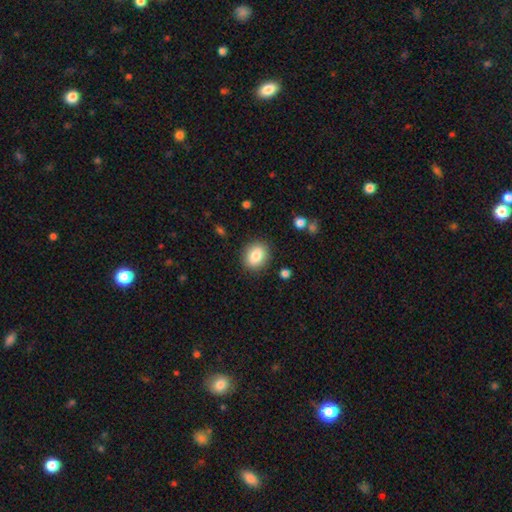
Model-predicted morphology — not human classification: The model was most divided on "how rounded": round: 53%, in between: 46%, cigar-shaped: 1%. More confident: merging — none (87%); smooth or featured — smooth (85%).